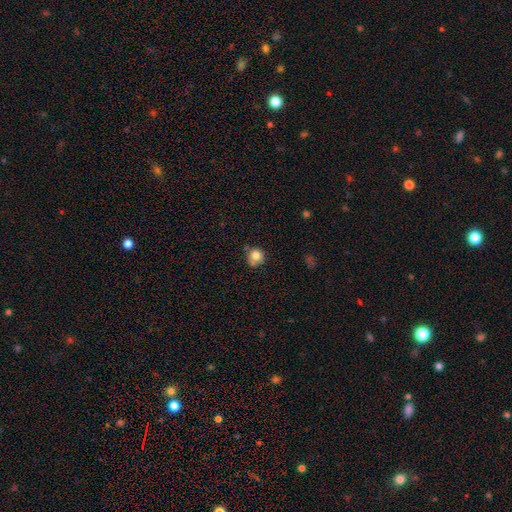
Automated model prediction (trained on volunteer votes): This is clearly a smooth galaxy (81%). How rounded: clearly round (86%). Merging: likely none (61%).